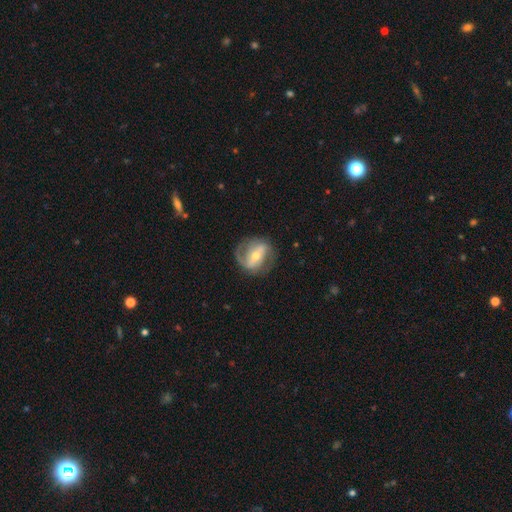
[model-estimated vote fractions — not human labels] A featured or disk galaxy (79%) with a strong bar (42%), 2 (75%) medium (44%) spiral arms (89%) and a moderate central bulge (59%). Merging: none (72%).